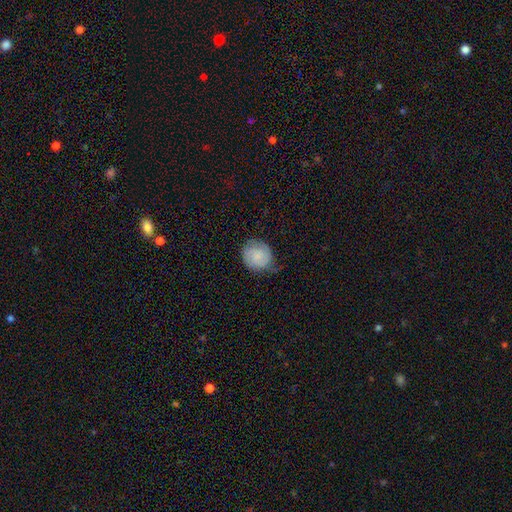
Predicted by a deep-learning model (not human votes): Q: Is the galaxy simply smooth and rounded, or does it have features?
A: smooth — 53%.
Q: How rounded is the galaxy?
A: round — 78%.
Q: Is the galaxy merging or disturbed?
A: none — 59%.